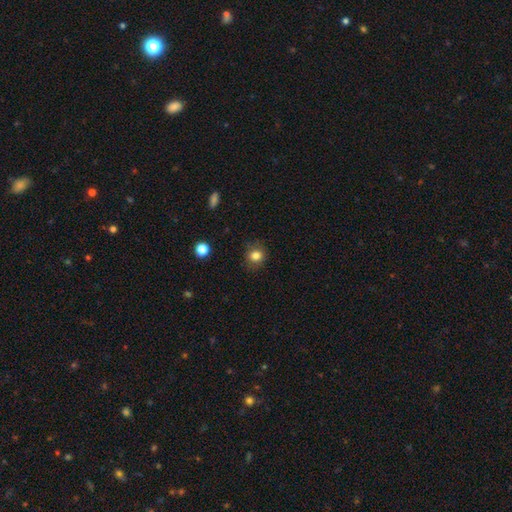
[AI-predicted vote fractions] smooth_or_featured: smooth (p=0.83) [alt: star or artifact p=0.11]
how_rounded: round (p=0.79) [alt: in between p=0.20]
merging: none (p=0.83) [alt: minor disturbance p=0.13]